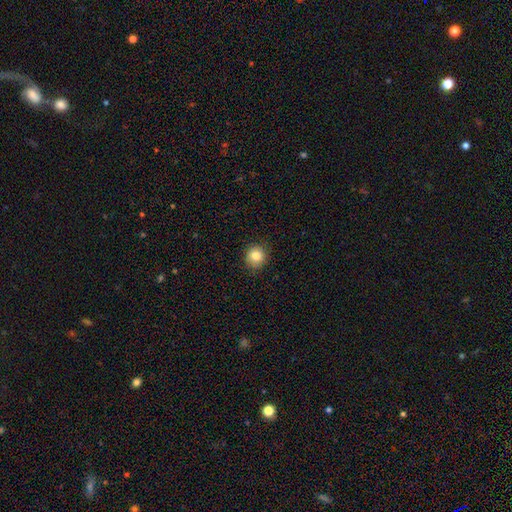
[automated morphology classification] Overall: smooth (83%). How rounded: round (89%). Merging: none (87%).